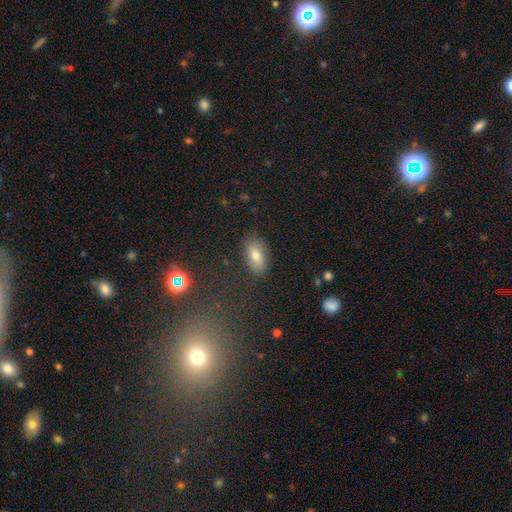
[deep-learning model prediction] A smooth galaxy with no disk features (71%) that is in between round and cigar-shaped (89%). Merging: none (85%).